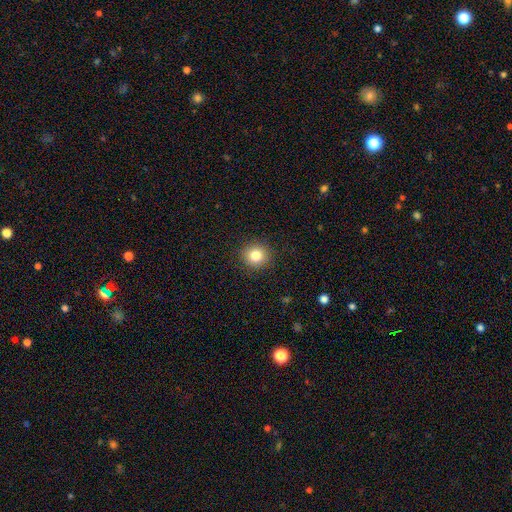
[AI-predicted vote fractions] smooth-or-featured: smooth: 82% | star or artifact: 11% | featured or disk: 7%
  how-rounded: round: 91% | in between: 8% | cigar-shaped: 1%
  merging: none: 91% | minor disturbance: 6% | major disturbance: 2% | merger: 1%